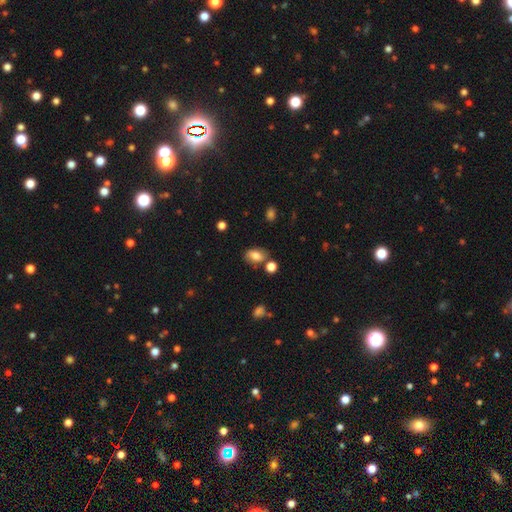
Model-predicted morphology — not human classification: smooth 75%, featured or disk 15%, star or artifact 10%. Down the decision tree: how rounded — in between (82%); merging — none (69%).